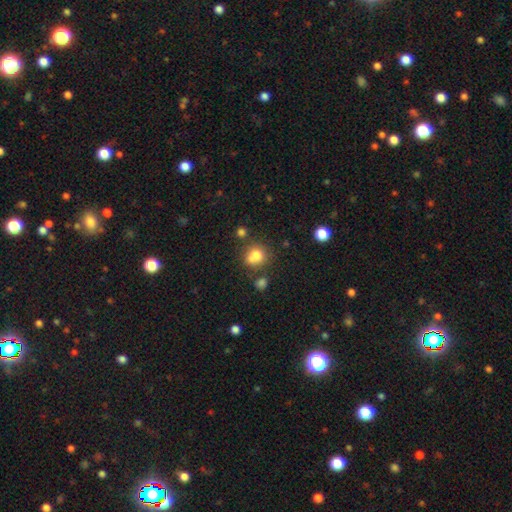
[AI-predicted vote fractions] Smooth or featured: smooth — 77% (star or artifact — 13%)
How rounded: round — 70% (in between — 29%)
Merging: none — 51% (merger — 24%)